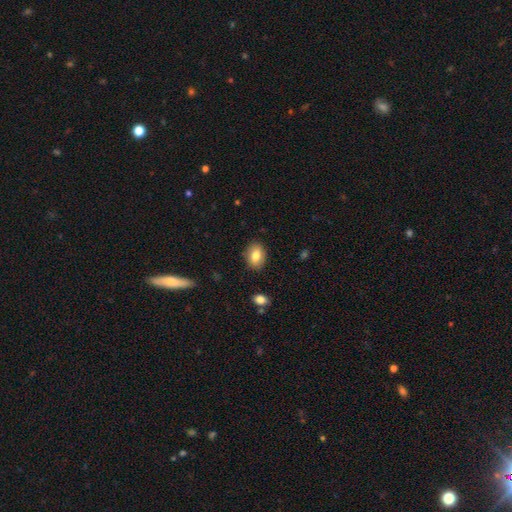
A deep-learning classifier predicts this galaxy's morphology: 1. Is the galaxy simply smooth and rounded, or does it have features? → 81% smooth, 11% featured or disk, 8% star or artifact.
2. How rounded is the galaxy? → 78% in between, 21% round, 1% cigar-shaped.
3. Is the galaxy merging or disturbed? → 87% none, 9% minor disturbance, 2% major disturbance, 1% merger.